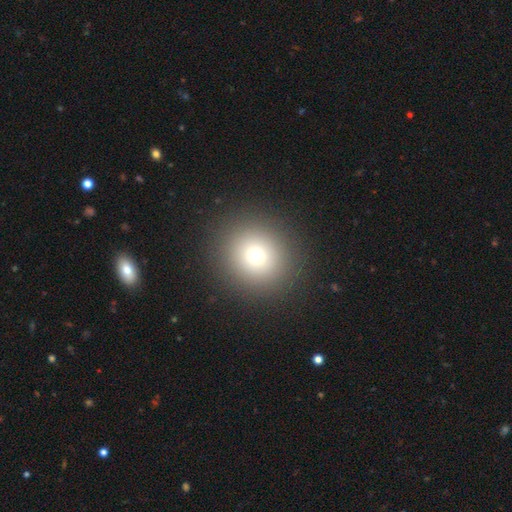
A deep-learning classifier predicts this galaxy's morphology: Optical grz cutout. It shows a smooth galaxy with no disk features (74%) that is round (90%). Merging: none (91%).